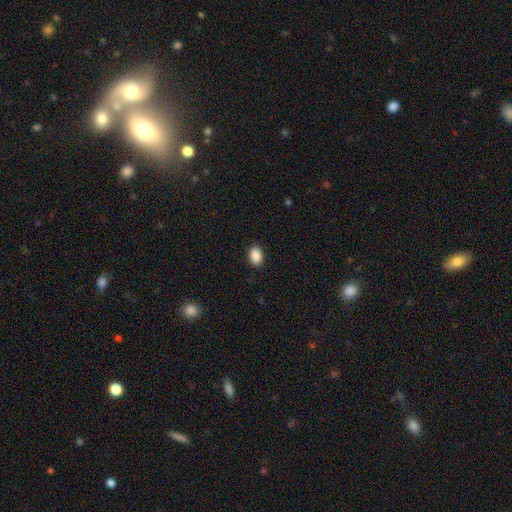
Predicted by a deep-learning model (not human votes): Q: Smooth or featured?
A: smooth (89%); runner-up: star or artifact (8%)
Q: How rounded?
A: in between (79%); runner-up: round (20%)
Q: Merging?
A: none (90%); runner-up: minor disturbance (7%)